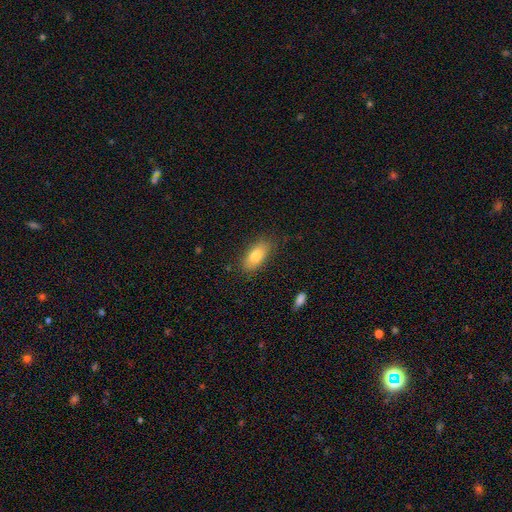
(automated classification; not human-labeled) A smooth galaxy with no disk features (80%) that is in between round and cigar-shaped (86%). Merging: none (82%).